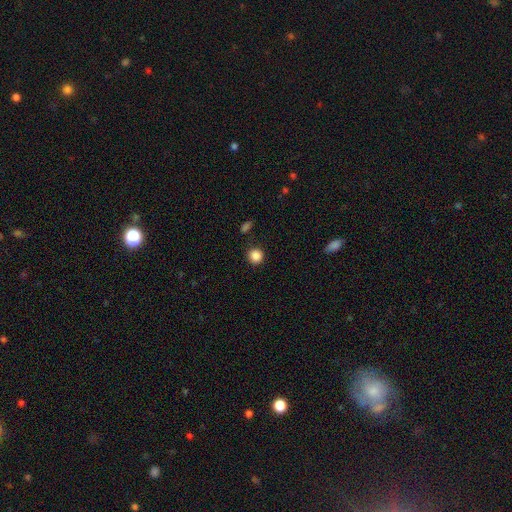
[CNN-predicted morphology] smooth 87%, star or artifact 10%, featured or disk 3%. Down the decision tree: how rounded — round (91%); merging — none (87%).